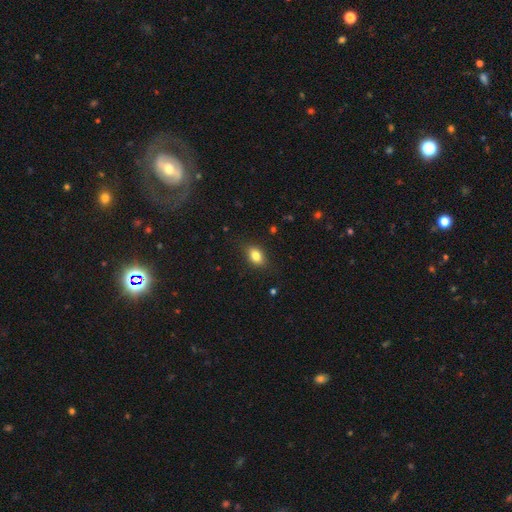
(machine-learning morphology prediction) This appears to be a smooth galaxy with no disk features (82%) that is in between round and cigar-shaped (80%). Merging: none (85%).